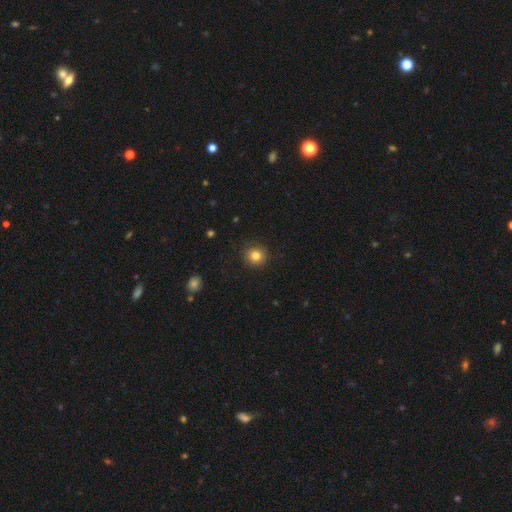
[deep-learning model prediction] smooth 83%, star or artifact 11%, featured or disk 6%. Down the decision tree: how rounded — round (91%); merging — none (89%).